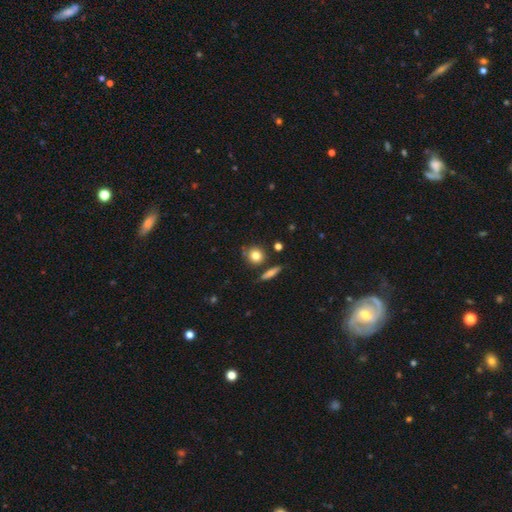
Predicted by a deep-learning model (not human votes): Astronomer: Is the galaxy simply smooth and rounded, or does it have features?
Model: smooth — 80%.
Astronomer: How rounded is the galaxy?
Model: round — 83%.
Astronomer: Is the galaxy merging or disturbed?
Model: none — 76%.